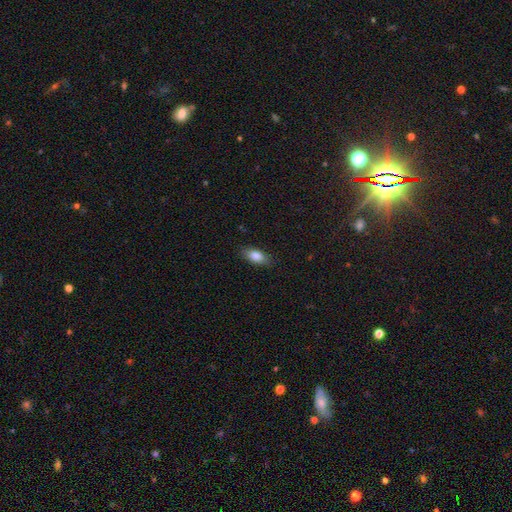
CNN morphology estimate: Q: Smooth or featured?
A: smooth (84%); runner-up: featured or disk (9%)
Q: How rounded?
A: in between (86%); runner-up: cigar-shaped (9%)
Q: Merging?
A: none (83%); runner-up: minor disturbance (13%)